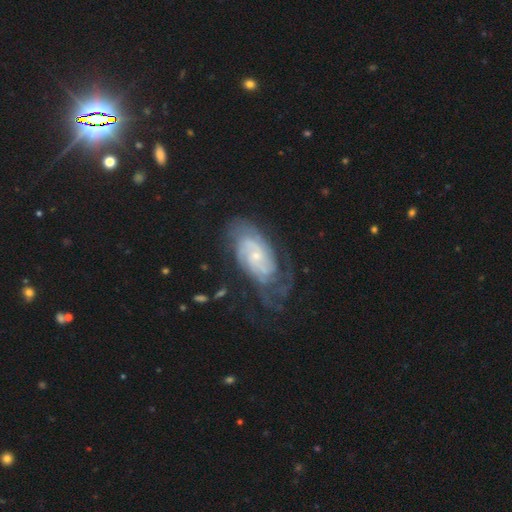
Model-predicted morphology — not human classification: Overall: featured or disk (83%). Edge-on disk: no (95%). Bar: no (65%; weak 29%). Spiral arms: yes (94%). Spiral arm count: can't tell (36%; 2 35%). Spiral winding: tight (61%; medium 31%). Bulge size: small (73%). Merging: none (54%; minor disturbance 24%).